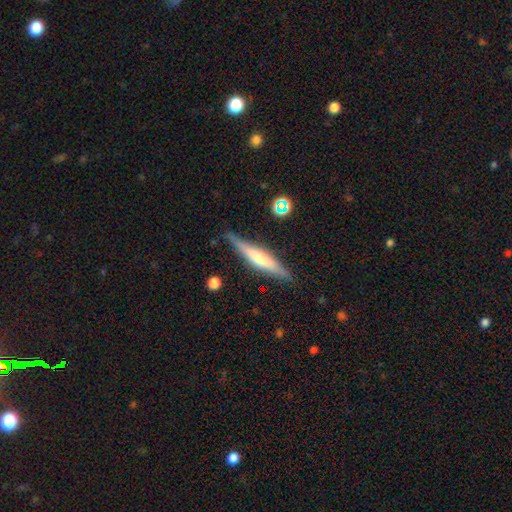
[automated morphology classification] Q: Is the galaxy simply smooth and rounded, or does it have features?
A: featured or disk — 54%.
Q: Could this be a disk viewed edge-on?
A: yes — 94%.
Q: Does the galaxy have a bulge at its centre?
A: rounded — 61%.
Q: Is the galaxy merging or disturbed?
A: none — 84%.